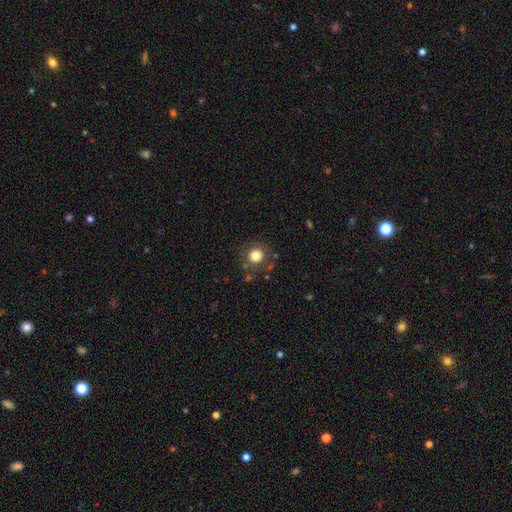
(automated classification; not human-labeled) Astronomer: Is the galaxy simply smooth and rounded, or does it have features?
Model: smooth — 79%.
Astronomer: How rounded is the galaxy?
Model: round — 90%.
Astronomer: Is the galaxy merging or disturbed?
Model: none — 82%.